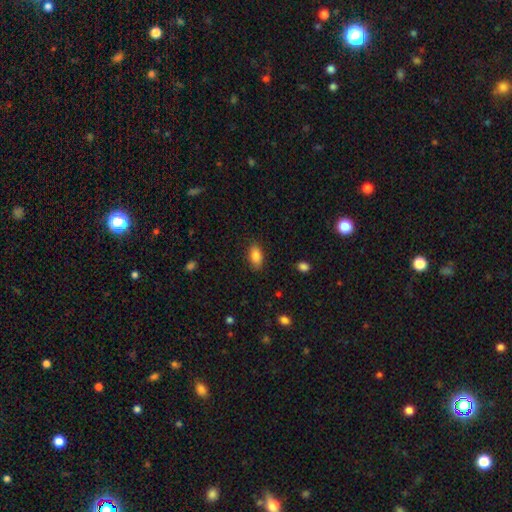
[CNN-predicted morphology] A smooth galaxy with no disk features (86%) that is in between round and cigar-shaped (91%). Merging: none (86%).